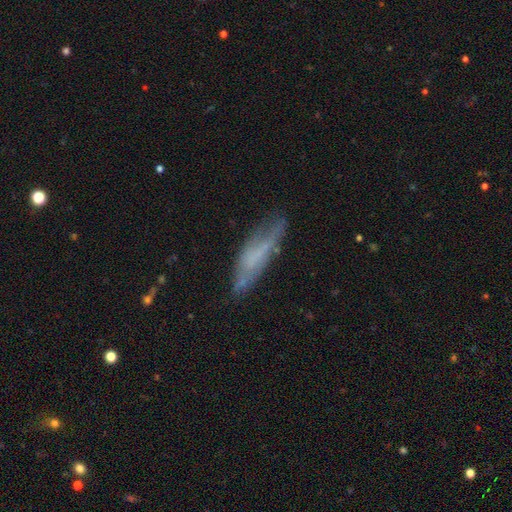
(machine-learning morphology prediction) Smooth or featured: featured or disk — 47% (smooth — 44%)
Merging: none — 57% (minor disturbance — 27%)